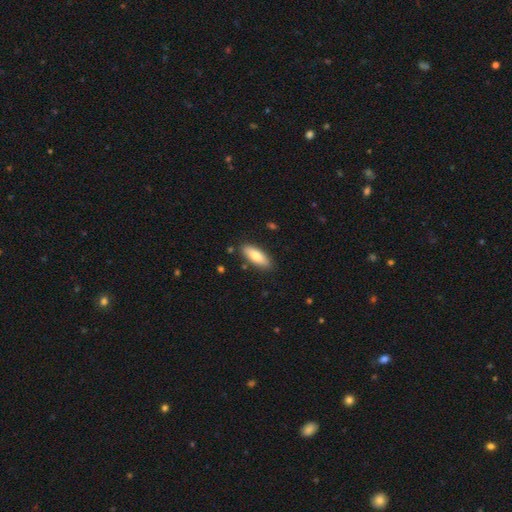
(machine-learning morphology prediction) Smooth or featured? smooth (79%)
How rounded? in between (72%)
Merging? none (86%)